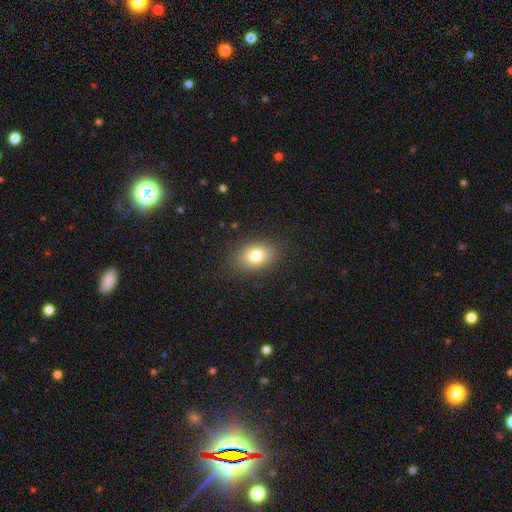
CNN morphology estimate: smooth-or-featured: smooth: 80% | star or artifact: 10% | featured or disk: 10%
  how-rounded: in between: 77% | round: 21% | cigar-shaped: 1%
  merging: none: 85% | minor disturbance: 10% | major disturbance: 3% | merger: 1%